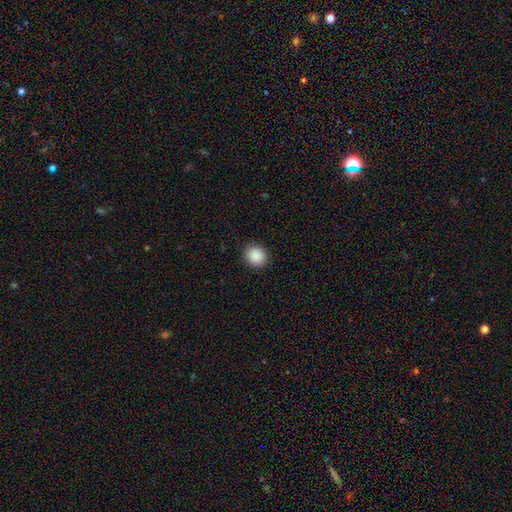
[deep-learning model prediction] Morphology: type=smooth (89%); roundness=round (79%); merging=none (91%).